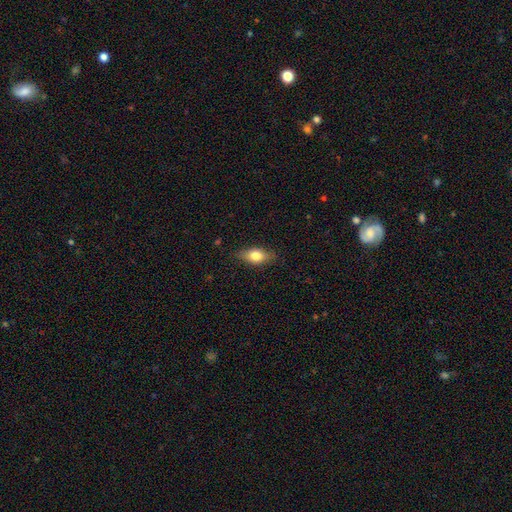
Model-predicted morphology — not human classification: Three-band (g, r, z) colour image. It shows a smooth galaxy with no disk features (76%) that is in between round and cigar-shaped (84%). Merging: none (83%).